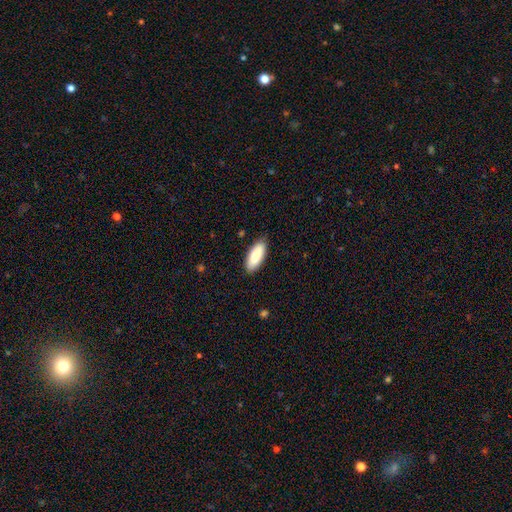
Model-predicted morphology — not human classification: smooth-or-featured: smooth: 88% | featured or disk: 6% | star or artifact: 5%
  how-rounded: in between: 82% | cigar-shaped: 17% | round: 2%
  merging: none: 86% | minor disturbance: 11% | major disturbance: 2% | merger: 1%